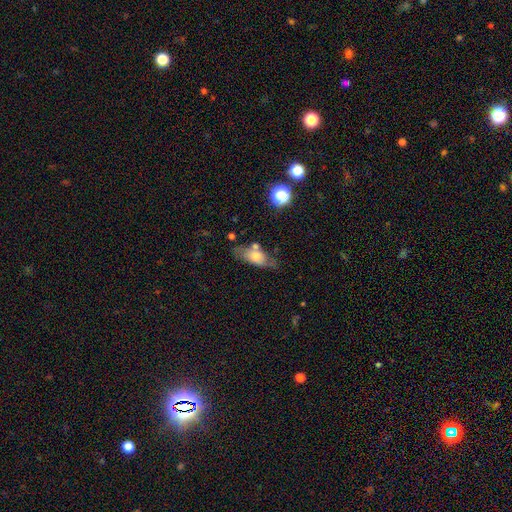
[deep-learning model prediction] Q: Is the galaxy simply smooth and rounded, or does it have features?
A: smooth — 61%.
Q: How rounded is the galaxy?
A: in between — 78%.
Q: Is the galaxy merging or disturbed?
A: none — 56%.